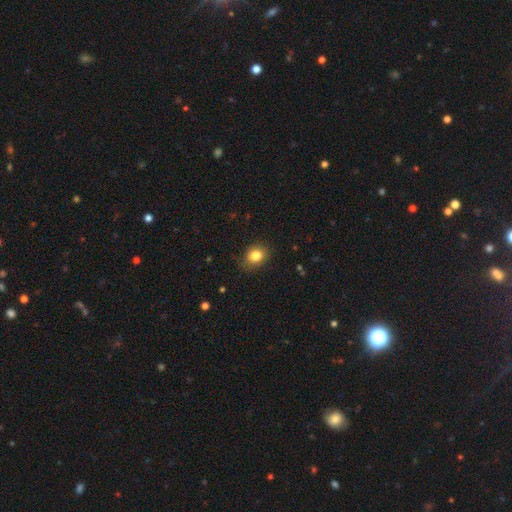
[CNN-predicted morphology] smooth_or_featured: smooth (p=0.83) [alt: star or artifact p=0.10]
how_rounded: round (p=0.56) [alt: in between p=0.43]
merging: none (p=0.79) [alt: minor disturbance p=0.17]